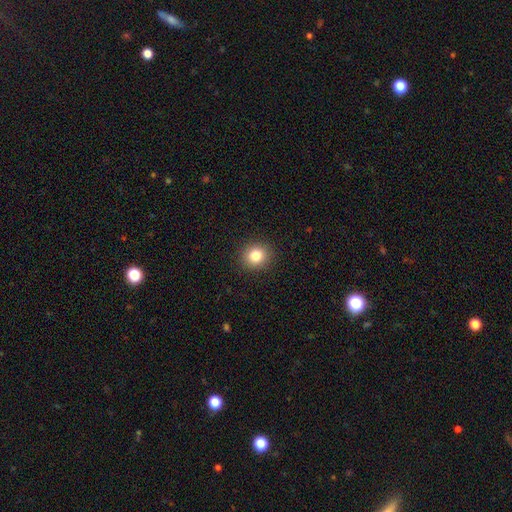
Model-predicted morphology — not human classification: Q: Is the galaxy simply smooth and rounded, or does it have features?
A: smooth — 83%.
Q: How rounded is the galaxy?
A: round — 84%.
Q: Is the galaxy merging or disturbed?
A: none — 91%.